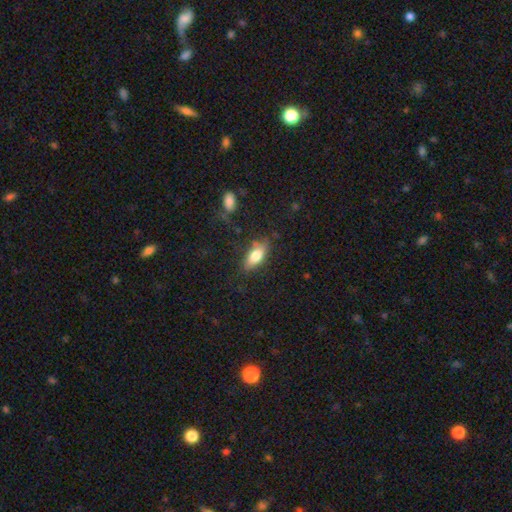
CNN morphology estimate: Smooth or featured? Predicted: smooth (p=0.75). How rounded? Predicted: in between (p=0.81). Merging? Predicted: none (p=0.74).